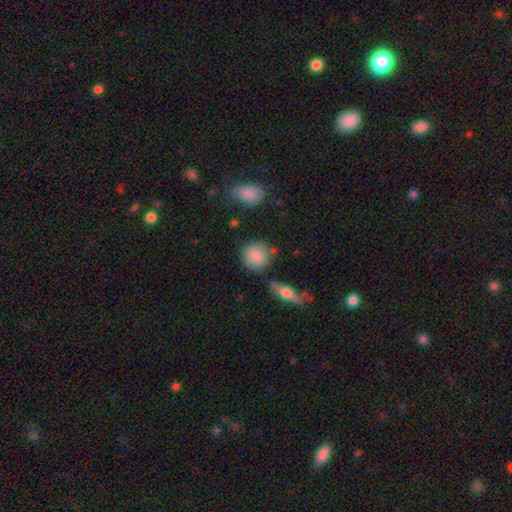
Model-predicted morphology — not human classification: Q: Smooth or featured?
A: smooth (86%); runner-up: star or artifact (7%)
Q: How rounded?
A: round (84%); runner-up: in between (14%)
Q: Merging?
A: none (75%); runner-up: minor disturbance (15%)